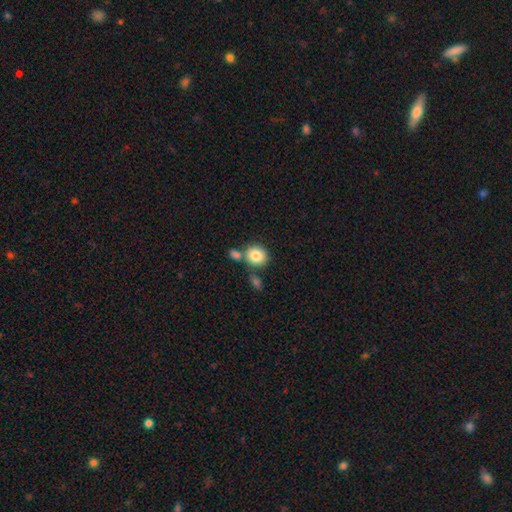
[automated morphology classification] Q: Smooth or featured?
A: smooth (83%); runner-up: star or artifact (9%)
Q: How rounded?
A: round (80%); runner-up: in between (19%)
Q: Merging?
A: none (59%); runner-up: merger (26%)